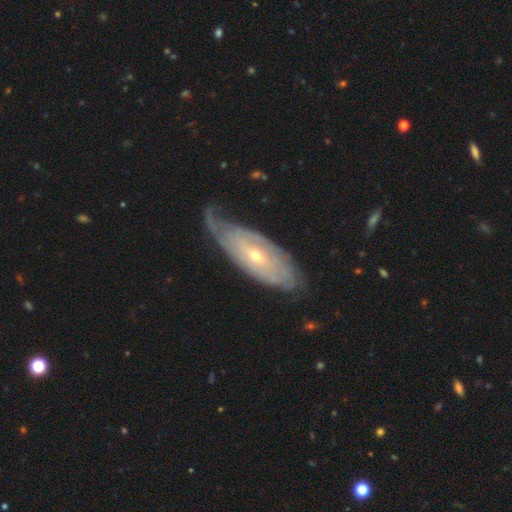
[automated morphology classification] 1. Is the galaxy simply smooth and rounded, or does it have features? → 78% featured or disk, 16% smooth, 6% star or artifact.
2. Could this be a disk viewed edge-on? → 85% no, 15% yes.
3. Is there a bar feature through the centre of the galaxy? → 65% no, 26% weak, 8% strong.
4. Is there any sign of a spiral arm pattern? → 85% yes, 15% no.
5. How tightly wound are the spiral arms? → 67% tight, 23% medium, 10% loose.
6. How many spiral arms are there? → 56% can't tell, 21% 2, 7% 1, 7% 3, 5% 4, 4% more than 4.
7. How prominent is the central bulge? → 62% small, 36% moderate, 1% large, 1% none, 1% dominant.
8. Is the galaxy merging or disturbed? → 54% none, 29% minor disturbance, 15% major disturbance, 2% merger.